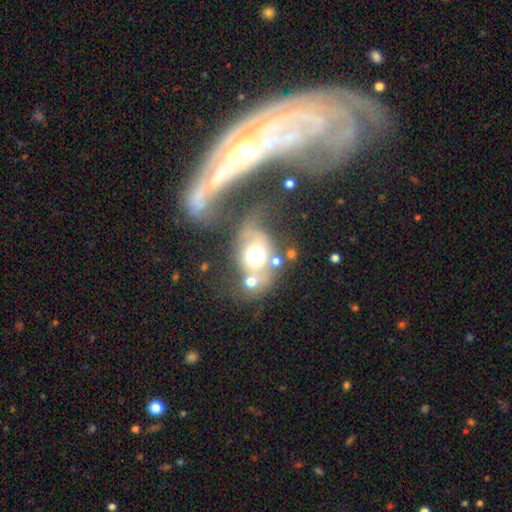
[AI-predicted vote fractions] Overall: smooth (48%; featured or disk 33%). Merging: none (34%; merger 32%).